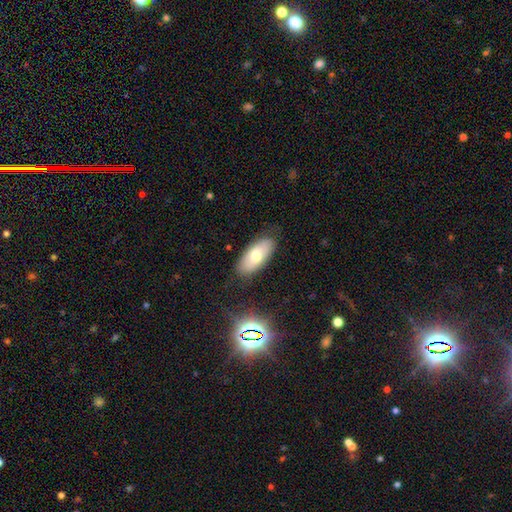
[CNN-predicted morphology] type=smooth (67%); roundness=in between (88%); merging=none (82%).